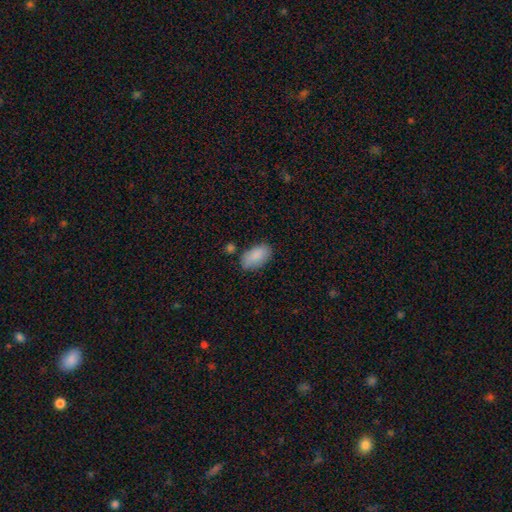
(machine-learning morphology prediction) Smooth or featured?
  - smooth: 88% *
  - star or artifact: 6%
  - featured or disk: 5%
How rounded?
  - in between: 95% *
  - round: 4%
  - cigar-shaped: 2%
Merging?
  - none: 74% *
  - minor disturbance: 17%
  - merger: 5%
  - major disturbance: 4%